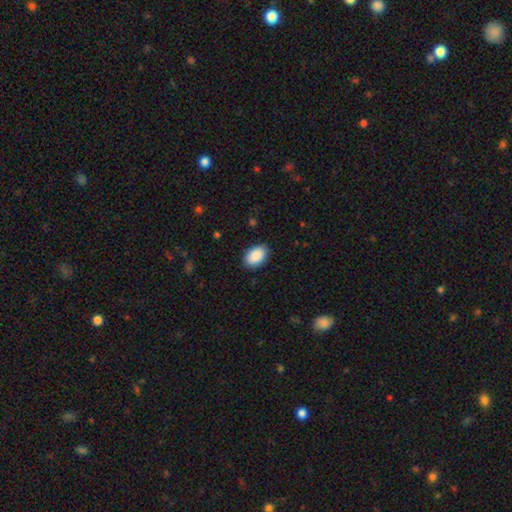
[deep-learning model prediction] smooth 91%, star or artifact 6%, featured or disk 3%. Down the decision tree: how rounded — in between (89%); merging — none (88%).